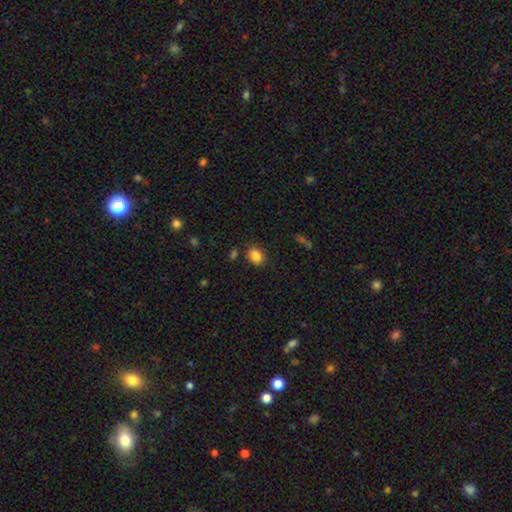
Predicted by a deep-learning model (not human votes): This is clearly a smooth galaxy (85%). How rounded: likely in between (64%). Merging: clearly none (81%).